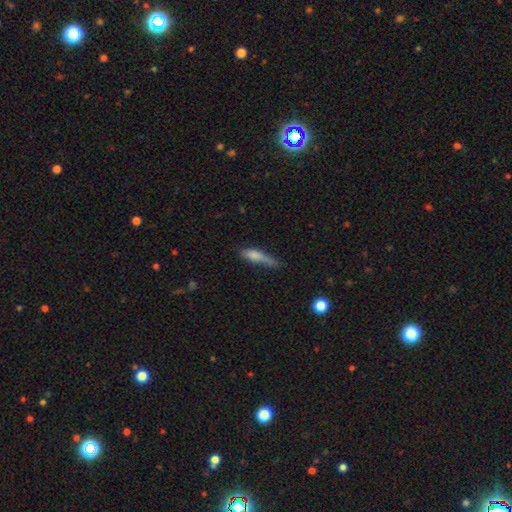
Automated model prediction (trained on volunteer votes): A smooth galaxy with no disk features (75%) that is cigar-shaped (67%). Merging: none (40%).